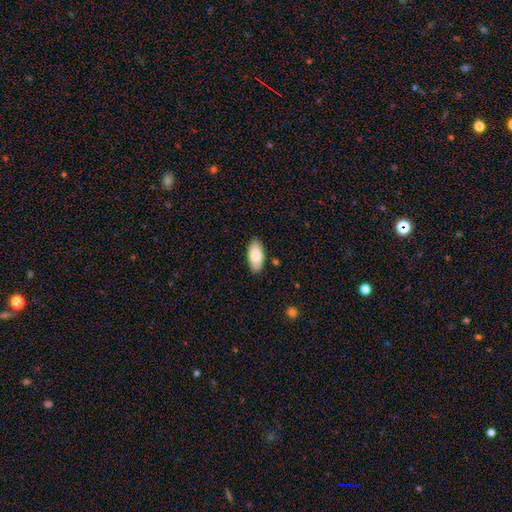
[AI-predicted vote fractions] Smooth or featured? Predicted: smooth (p=0.82). How rounded? Predicted: in between (p=0.93). Merging? Predicted: none (p=0.87).